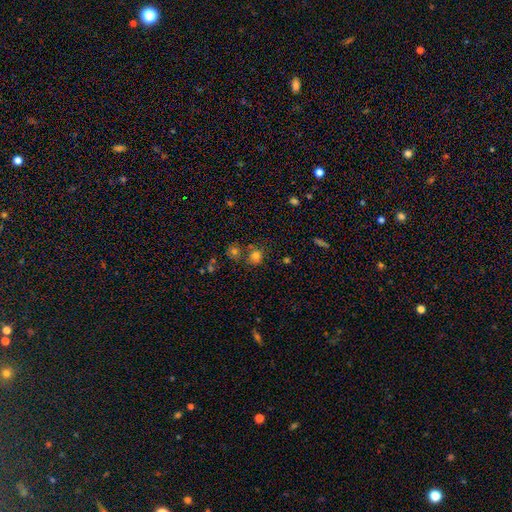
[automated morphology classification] A smooth galaxy with no disk features (75%) that is round (83%).

Vote fractions:
- Smooth or featured? smooth: 75% / star or artifact: 17% / featured or disk: 8%
- How rounded? round: 83% / in between: 16% / cigar-shaped: 1%
- Merging? none: 68% / merger: 18% / minor disturbance: 11% / major disturbance: 4%